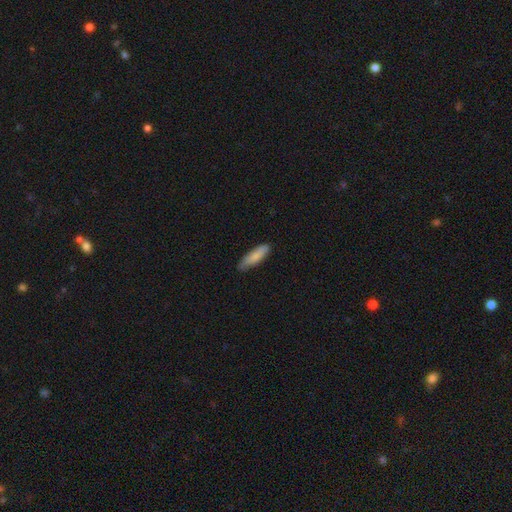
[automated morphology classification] Smooth or featured: smooth — 83% (featured or disk — 12%)
How rounded: cigar-shaped — 58% (in between — 40%)
Merging: none — 76% (minor disturbance — 20%)